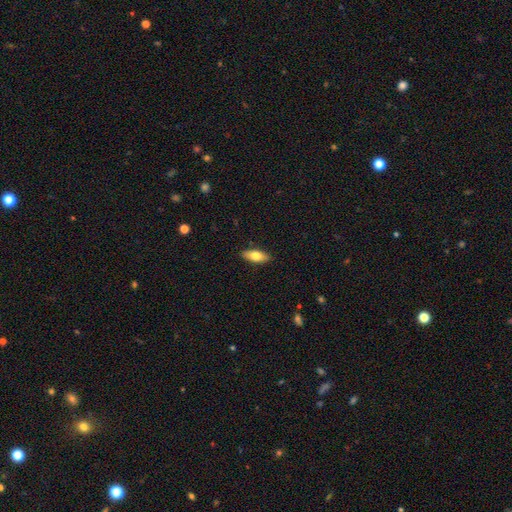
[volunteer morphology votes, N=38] smooth-or-featured: smooth: 68% | featured or disk: 21% | star or artifact: 11%
  how-rounded: in between: 81% | cigar-shaped: 15% | round: 4%
  merging: none: 91% | minor disturbance: 6% | merger: 3% | major disturbance: 0%